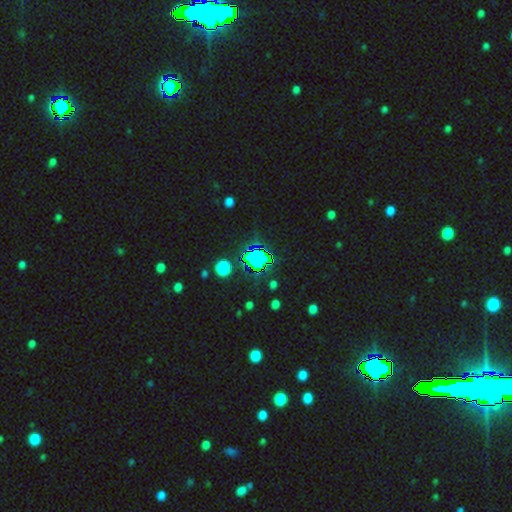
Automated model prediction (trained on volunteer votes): This is likely a star or artifact rather than a galaxy (69%).